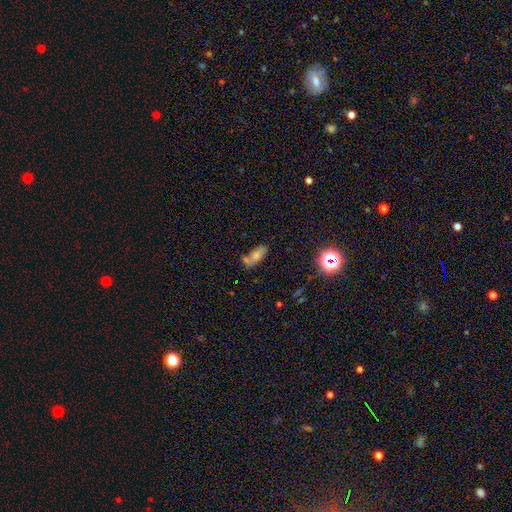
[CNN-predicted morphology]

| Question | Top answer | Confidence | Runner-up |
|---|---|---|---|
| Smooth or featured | smooth | 68% | featured or disk (18%) |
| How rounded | in between | 76% | cigar-shaped (20%) |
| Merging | none | 54% | merger (22%) |